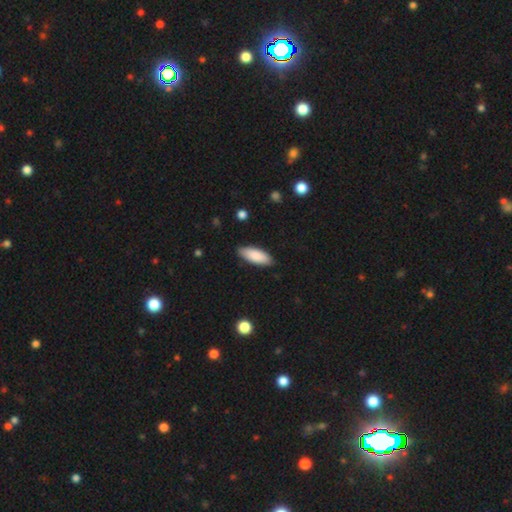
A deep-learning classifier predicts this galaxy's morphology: This appears to be a smooth galaxy with no disk features (87%) that is in between round and cigar-shaped (74%). Merging: none (87%).